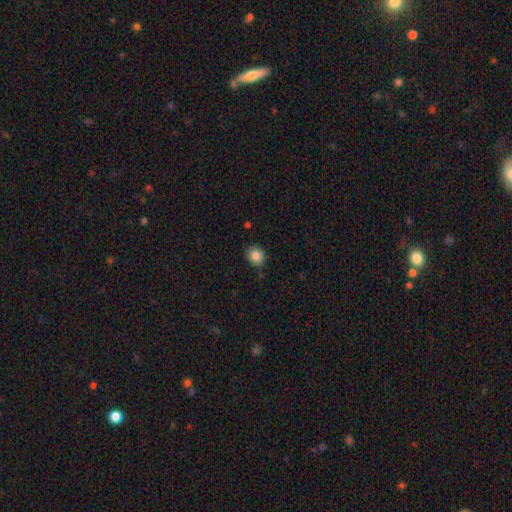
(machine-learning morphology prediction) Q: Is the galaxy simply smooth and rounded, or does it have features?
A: smooth — 86%.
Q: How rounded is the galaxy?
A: round — 72%.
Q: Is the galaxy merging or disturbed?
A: none — 81%.